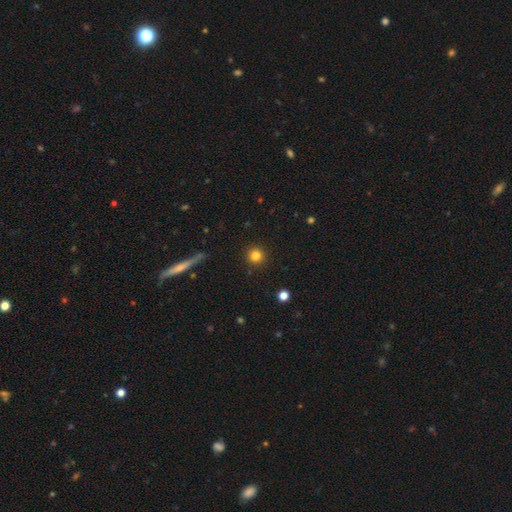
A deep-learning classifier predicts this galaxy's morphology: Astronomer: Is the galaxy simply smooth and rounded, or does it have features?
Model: smooth — 82%.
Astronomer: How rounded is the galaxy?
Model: round — 95%.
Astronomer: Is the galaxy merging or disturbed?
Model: none — 92%.